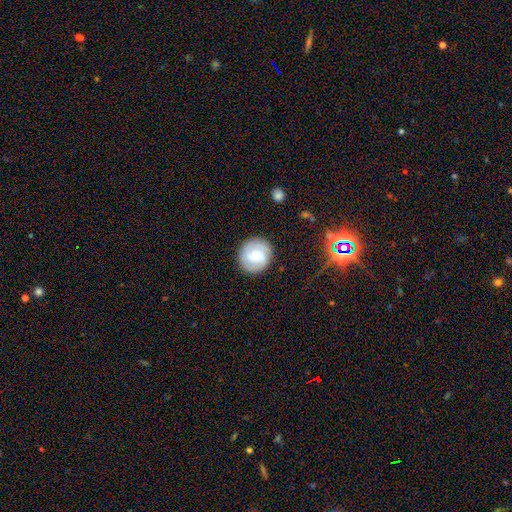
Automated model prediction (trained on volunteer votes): smooth_or_featured: featured or disk (p=0.50) [alt: smooth p=0.42]
disk_edge_on: no (p=0.97) [alt: yes p=0.03]
merging: none (p=0.85) [alt: minor disturbance p=0.10]